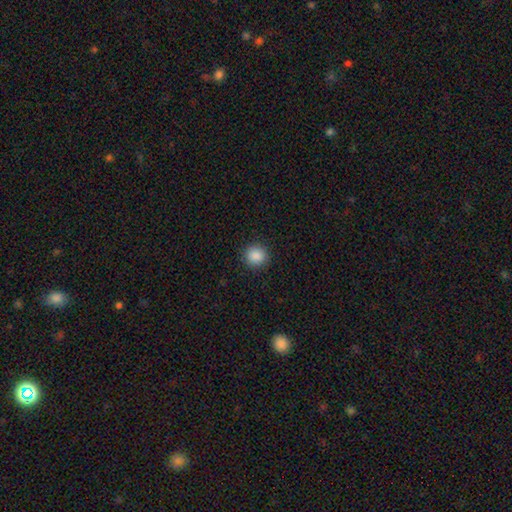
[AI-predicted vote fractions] This appears to be a smooth galaxy with no disk features (88%) that is round (88%). Merging: none (90%).